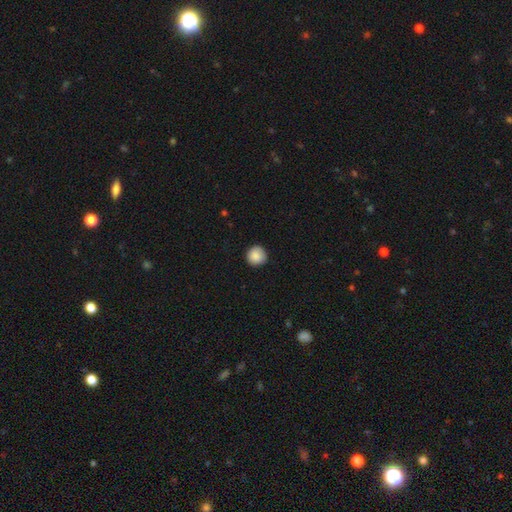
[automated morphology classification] Q: Smooth or featured?
A: smooth (89%); runner-up: star or artifact (8%)
Q: How rounded?
A: round (95%); runner-up: in between (4%)
Q: Merging?
A: none (89%); runner-up: minor disturbance (8%)